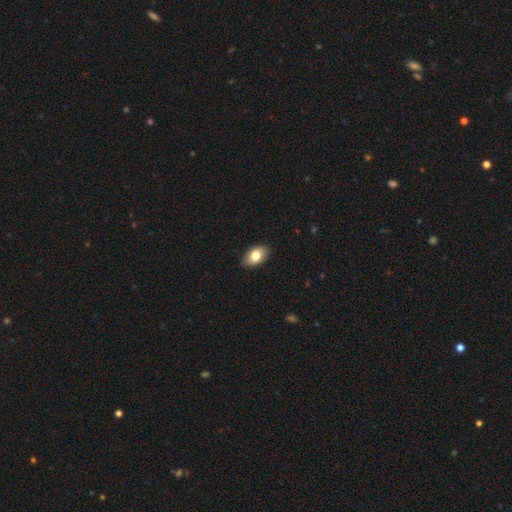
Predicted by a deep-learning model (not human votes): smooth 79%, featured or disk 15%, star or artifact 7%. Down the decision tree: how rounded — in between (90%); merging — none (86%).